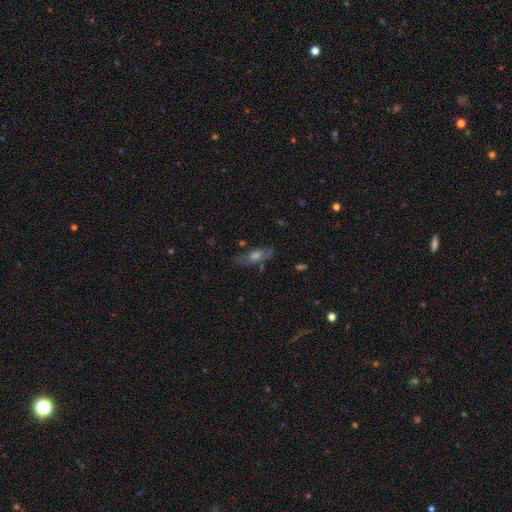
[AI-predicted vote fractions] Smooth or featured? Predicted: featured or disk (p=0.48). Merging? Predicted: none (p=0.69).